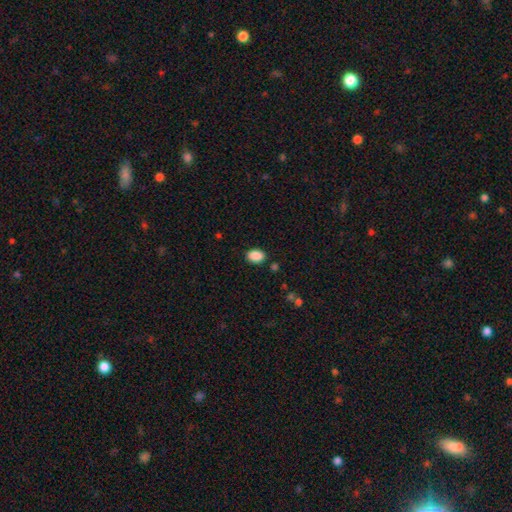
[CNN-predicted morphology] This is clearly a smooth galaxy (89%). How rounded: clearly in between (82%). Merging: clearly none (86%).